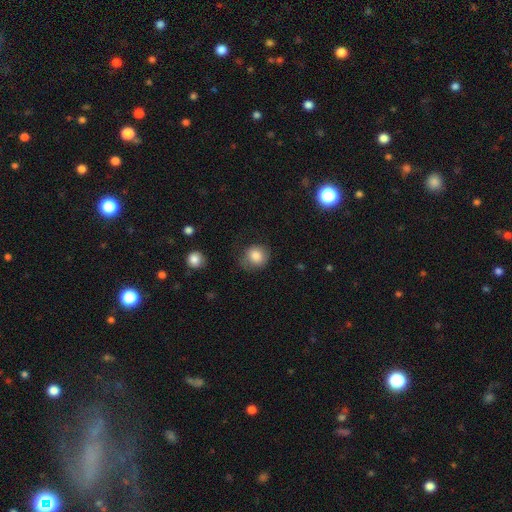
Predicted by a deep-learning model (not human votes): smooth_or_featured: smooth (p=0.83) [alt: star or artifact p=0.09]
how_rounded: round (p=0.80) [alt: in between p=0.19]
merging: none (p=0.63) [alt: minor disturbance p=0.25]